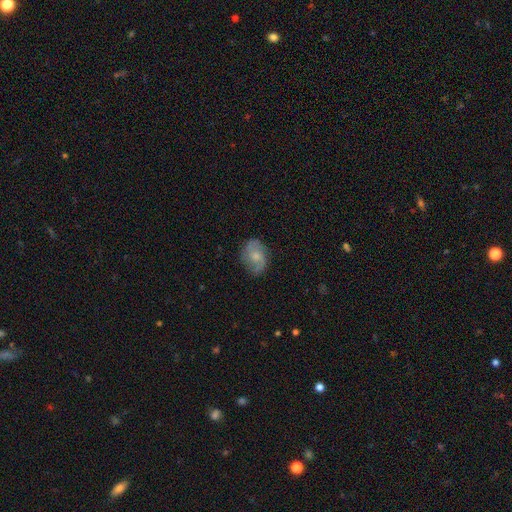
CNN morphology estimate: This appears to be a featured or disk galaxy (54%) with no bar (68%), spiral arms (86%) and a moderate central bulge (47%). Merging: none (72%).